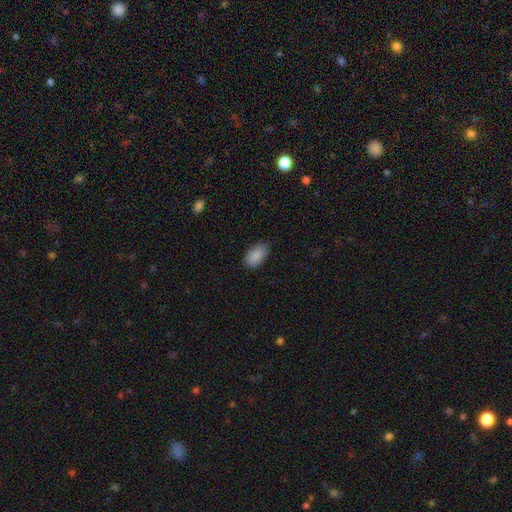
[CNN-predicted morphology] smooth 89%, star or artifact 7%, featured or disk 4%. Down the decision tree: how rounded — in between (93%); merging — none (83%).